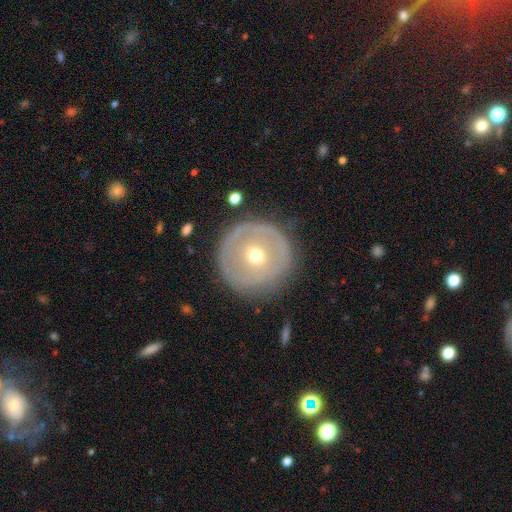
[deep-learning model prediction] Morphology: type=featured or disk (53%); edge-on=no (94%); merging=none (79%).